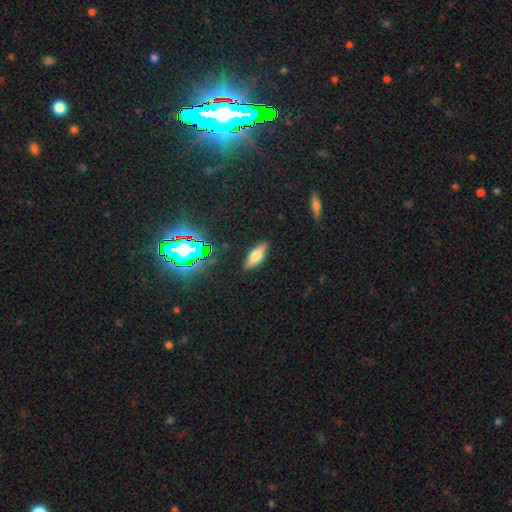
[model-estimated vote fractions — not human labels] Smooth or featured? smooth (60%)
How rounded? in between (62%)
Merging? none (88%)